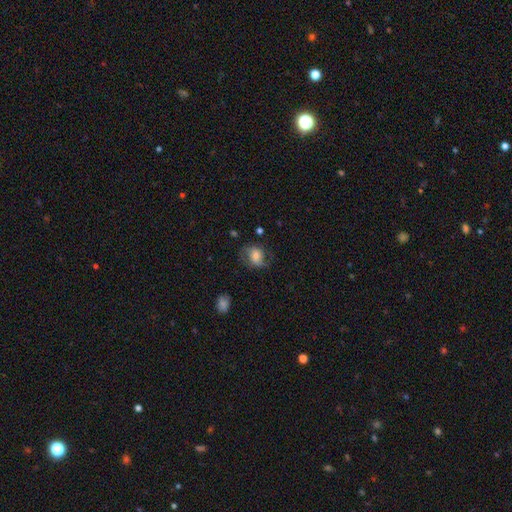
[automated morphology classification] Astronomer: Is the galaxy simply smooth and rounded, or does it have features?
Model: smooth — 49% (runner-up: featured or disk, 42%).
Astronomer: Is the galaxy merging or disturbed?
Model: none — 62%.